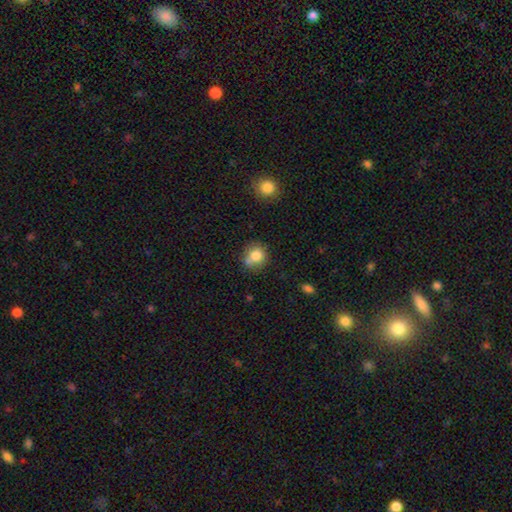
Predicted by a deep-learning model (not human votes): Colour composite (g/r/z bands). It shows a smooth galaxy with no disk features (79%) that is round (82%). Merging: none (60%).